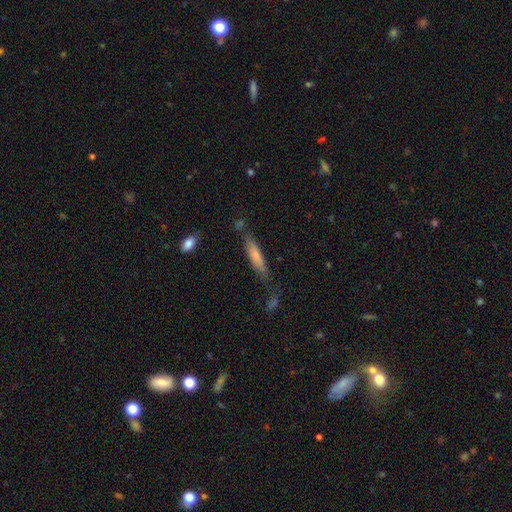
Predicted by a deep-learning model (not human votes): Smooth or featured?
  - smooth: 73% *
  - featured or disk: 20%
  - star or artifact: 7%
How rounded?
  - cigar-shaped: 82% *
  - in between: 17%
  - round: 1%
Merging?
  - none: 62% *
  - minor disturbance: 23%
  - major disturbance: 8%
  - merger: 7%